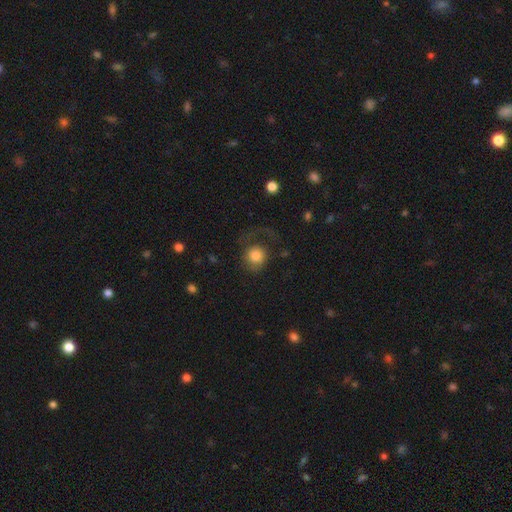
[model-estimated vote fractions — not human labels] Morphology: type=smooth (72%); roundness=round (86%); merging=none (42%).